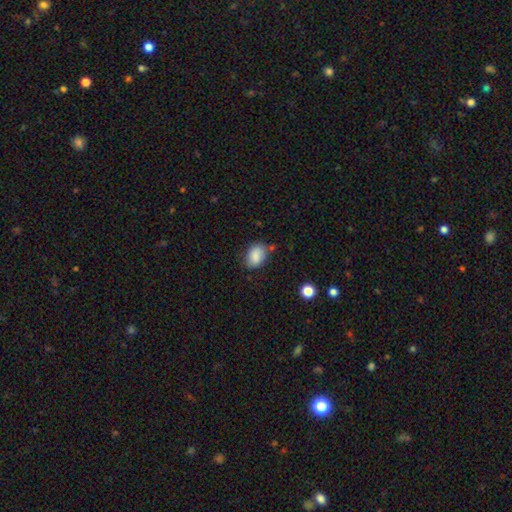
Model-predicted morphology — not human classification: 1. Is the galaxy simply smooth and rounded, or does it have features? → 86% smooth, 8% star or artifact, 6% featured or disk.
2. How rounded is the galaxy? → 79% in between, 20% round, 1% cigar-shaped.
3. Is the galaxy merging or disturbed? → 71% none, 20% minor disturbance, 4% major disturbance, 4% merger.